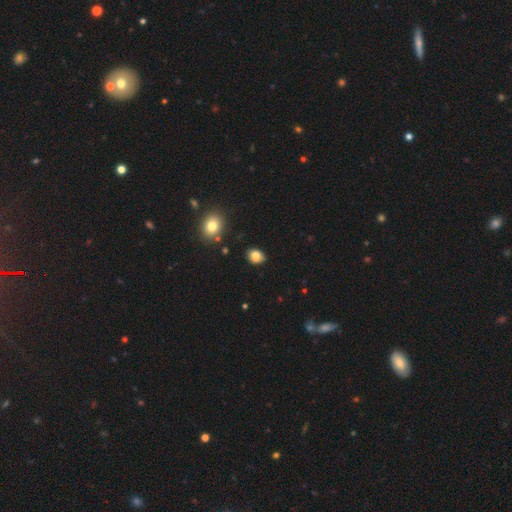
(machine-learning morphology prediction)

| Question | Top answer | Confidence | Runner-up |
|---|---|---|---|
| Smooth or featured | smooth | 82% | star or artifact (11%) |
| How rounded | in between | 62% | round (37%) |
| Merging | none | 79% | minor disturbance (15%) |